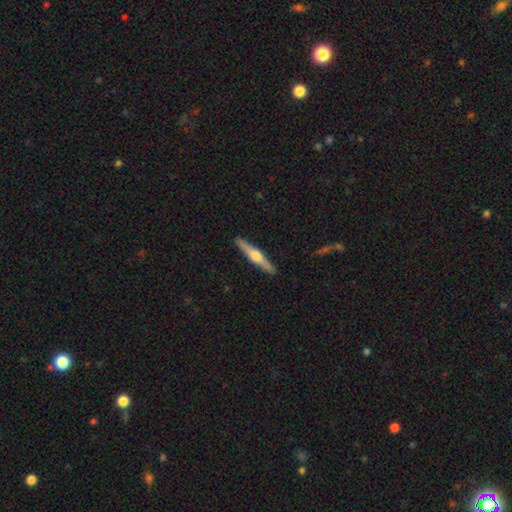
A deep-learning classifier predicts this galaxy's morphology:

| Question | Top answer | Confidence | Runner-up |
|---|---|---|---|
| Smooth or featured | featured or disk | 69% | smooth (26%) |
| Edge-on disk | yes | 98% | no (2%) |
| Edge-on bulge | rounded | 93% | boxy (4%) |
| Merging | none | 92% | minor disturbance (6%) |